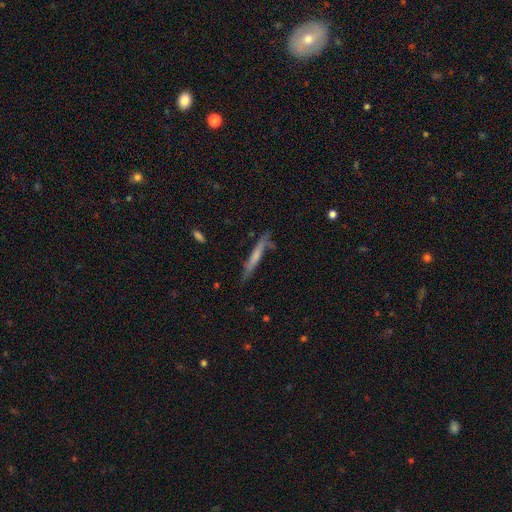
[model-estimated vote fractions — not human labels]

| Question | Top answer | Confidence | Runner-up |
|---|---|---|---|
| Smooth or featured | smooth | 50% | featured or disk (43%) |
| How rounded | cigar-shaped | 94% | in between (4%) |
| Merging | none | 72% | minor disturbance (20%) |